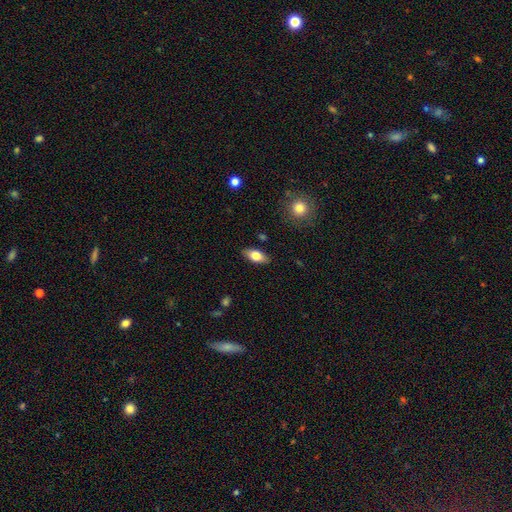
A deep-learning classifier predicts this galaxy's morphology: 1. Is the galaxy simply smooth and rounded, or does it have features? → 75% smooth, 18% featured or disk, 7% star or artifact.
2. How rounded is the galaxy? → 88% in between, 8% cigar-shaped, 4% round.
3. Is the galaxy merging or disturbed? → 87% none, 9% minor disturbance, 2% major disturbance, 1% merger.